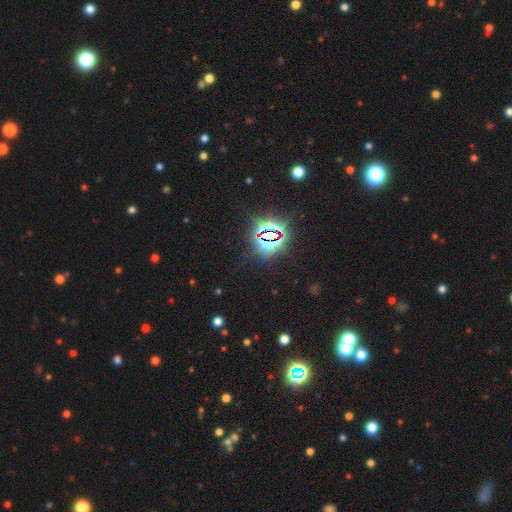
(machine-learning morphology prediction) smooth-or-featured: star or artifact: 79% | smooth: 14% | featured or disk: 7%